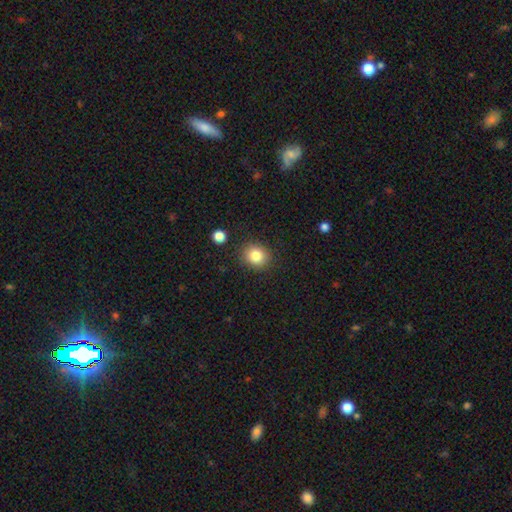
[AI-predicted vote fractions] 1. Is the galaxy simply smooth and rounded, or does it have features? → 83% smooth, 10% star or artifact, 7% featured or disk.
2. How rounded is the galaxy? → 77% round, 22% in between, 1% cigar-shaped.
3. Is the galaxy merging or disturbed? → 87% none, 8% minor disturbance, 3% major disturbance, 2% merger.